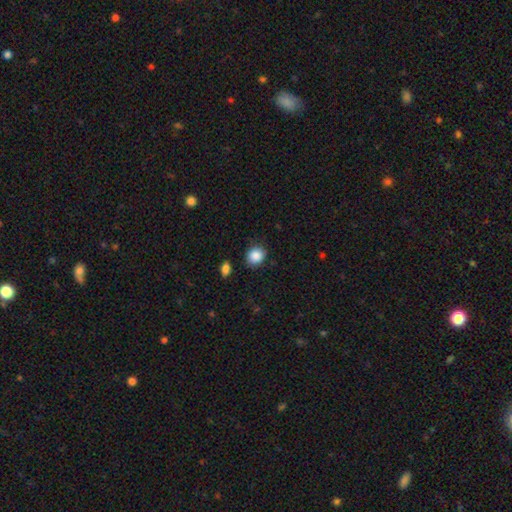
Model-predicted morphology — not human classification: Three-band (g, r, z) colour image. It shows a smooth galaxy with no disk features (87%) that is round (72%). Merging: none (84%).